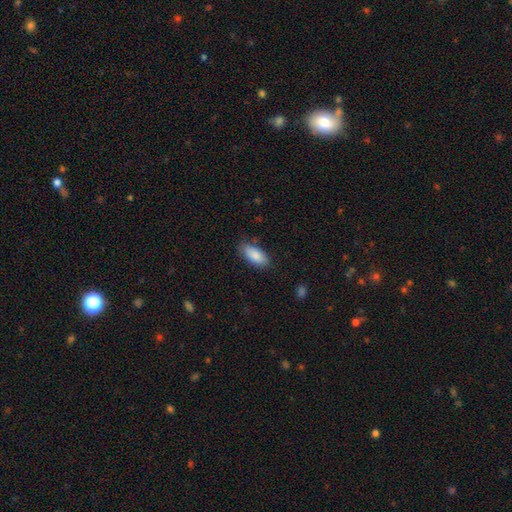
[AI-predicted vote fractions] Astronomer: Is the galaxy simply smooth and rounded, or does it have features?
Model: smooth — 87%.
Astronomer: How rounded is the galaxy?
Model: in between — 88%.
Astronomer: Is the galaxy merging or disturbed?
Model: none — 80%.